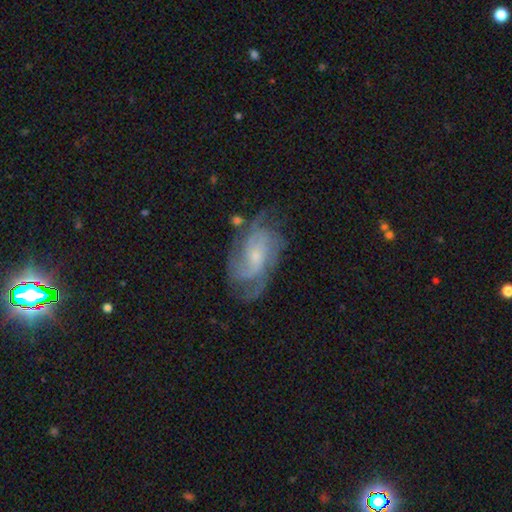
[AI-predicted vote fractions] Smooth or featured? Predicted: featured or disk (p=0.82). Edge-on disk? Predicted: no (p=0.96). Bar? Predicted: no (p=0.60). Spiral arms? Predicted: yes (p=0.94). Spiral winding? Predicted: medium (p=0.44). Spiral arm count? Predicted: 3 (p=0.27). Bulge size? Predicted: small (p=0.68). Merging? Predicted: none (p=0.64).